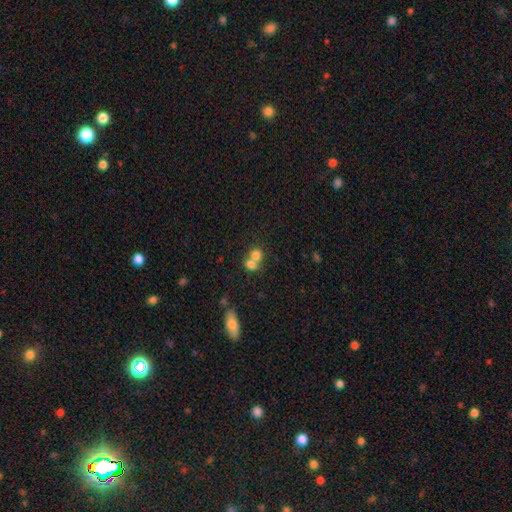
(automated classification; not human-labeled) This appears to be a smooth galaxy with no disk features (76%) that is round (75%). Merging: merger (60%).